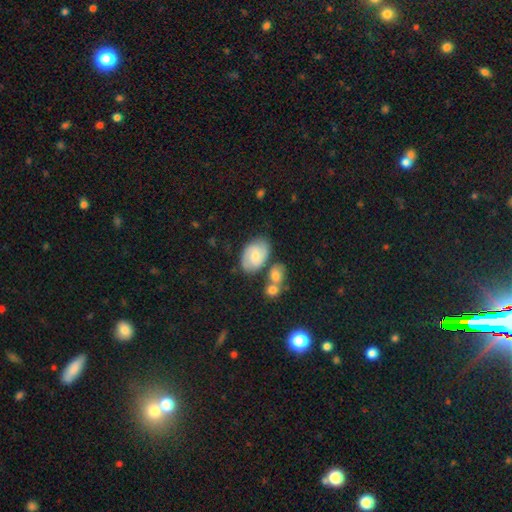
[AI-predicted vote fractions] smooth_or_featured: featured or disk (p=0.50) [alt: smooth p=0.43]
disk_edge_on: no (p=0.96) [alt: yes p=0.04]
merging: none (p=0.63) [alt: minor disturbance p=0.16]